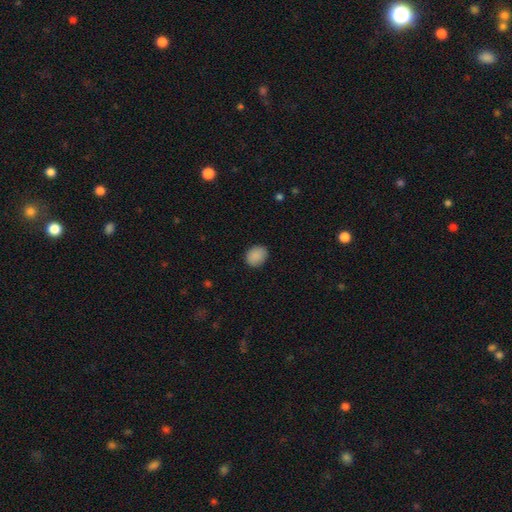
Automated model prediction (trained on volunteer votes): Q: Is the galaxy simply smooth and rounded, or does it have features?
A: smooth — 89%.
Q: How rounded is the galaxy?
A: in between — 51%.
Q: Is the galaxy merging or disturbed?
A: none — 87%.